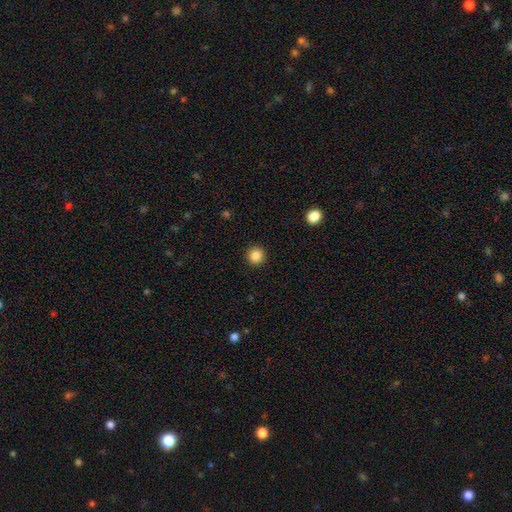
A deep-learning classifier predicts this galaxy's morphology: This is clearly a smooth galaxy (86%). How rounded: clearly round (95%). Merging: clearly none (93%).